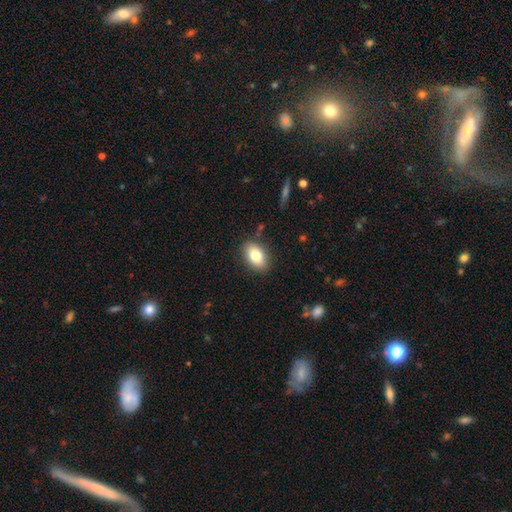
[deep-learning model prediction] Morphology: type=smooth (80%); roundness=in between (88%); merging=none (86%).